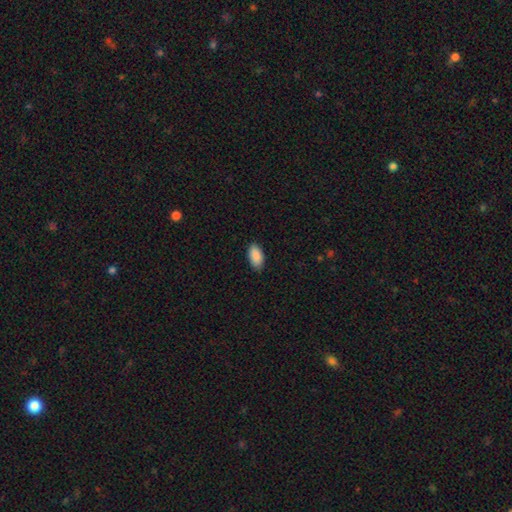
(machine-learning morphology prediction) This is clearly a smooth galaxy (90%). How rounded: clearly in between (95%). Merging: clearly none (86%).